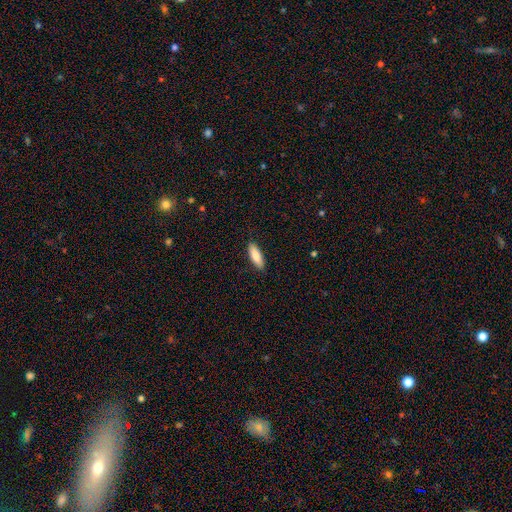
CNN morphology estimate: Smooth or featured: smooth — 86% (featured or disk — 8%)
How rounded: in between — 54% (cigar-shaped — 44%)
Merging: none — 88% (minor disturbance — 9%)